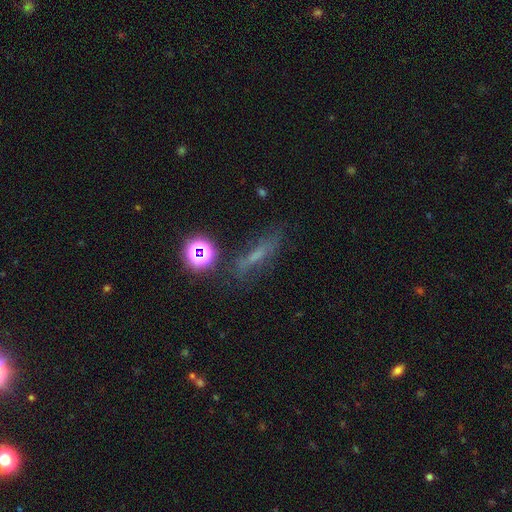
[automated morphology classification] A smooth galaxy with no disk features (38%).

Vote fractions:
- Smooth or featured? smooth: 38% / featured or disk: 33% / star or artifact: 29%
- Merging? none: 66% / minor disturbance: 18% / major disturbance: 10% / merger: 6%